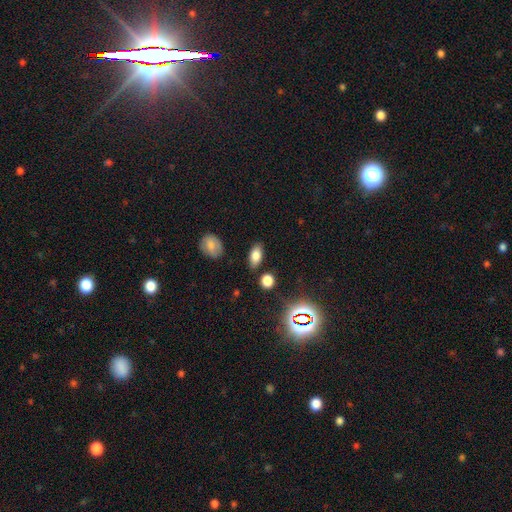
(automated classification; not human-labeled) Smooth or featured: smooth — 78% (star or artifact — 12%)
How rounded: in between — 87% (round — 7%)
Merging: none — 83% (minor disturbance — 11%)